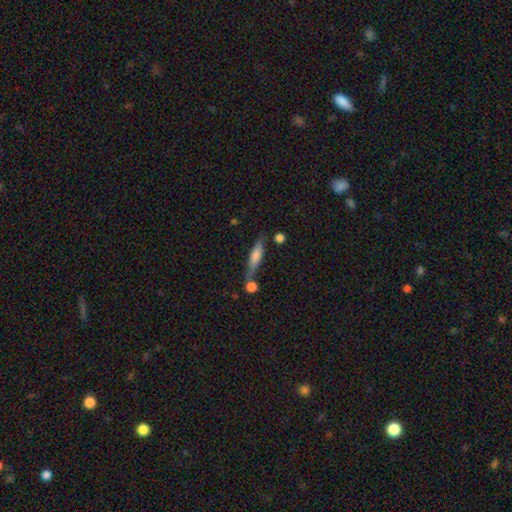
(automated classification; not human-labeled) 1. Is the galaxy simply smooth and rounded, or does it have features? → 56% smooth, 36% featured or disk, 8% star or artifact.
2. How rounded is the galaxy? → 76% cigar-shaped, 22% in between, 3% round.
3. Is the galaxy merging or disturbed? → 63% none, 17% merger, 15% minor disturbance, 5% major disturbance.